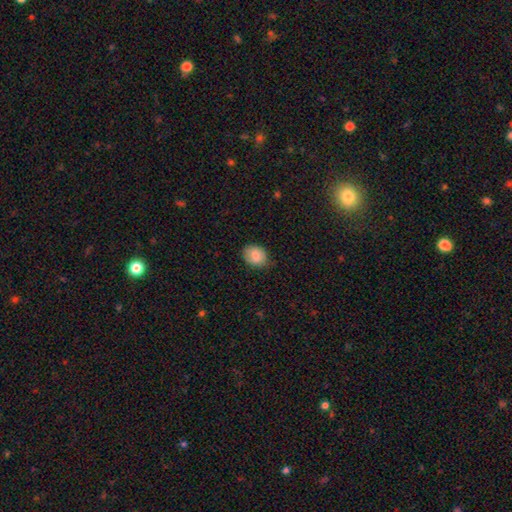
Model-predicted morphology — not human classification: A smooth galaxy with no disk features (82%) that is in between round and cigar-shaped (57%).

Vote fractions:
- Smooth or featured? smooth: 82% / featured or disk: 10% / star or artifact: 8%
- How rounded? in between: 57% / round: 42% / cigar-shaped: 1%
- Merging? none: 78% / minor disturbance: 18% / major disturbance: 3% / merger: 1%